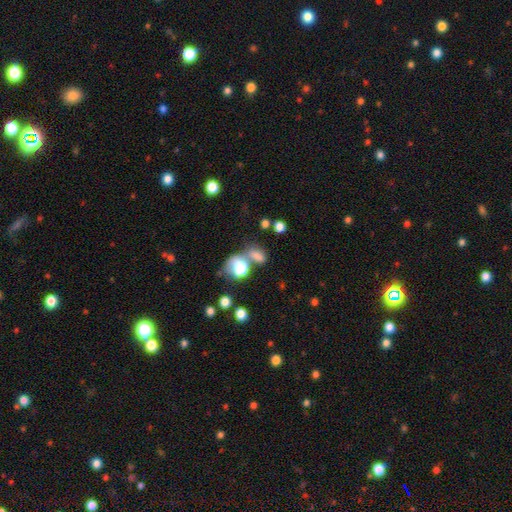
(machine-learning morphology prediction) type=smooth (49%); merging=none (53%).